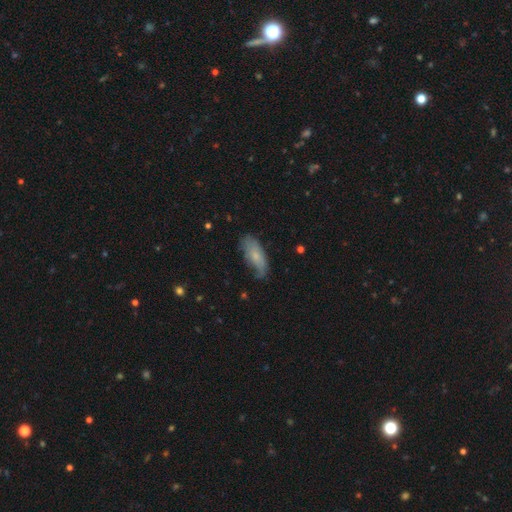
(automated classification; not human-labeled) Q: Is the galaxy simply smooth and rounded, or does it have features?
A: smooth — 61%.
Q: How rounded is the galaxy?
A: in between — 79%.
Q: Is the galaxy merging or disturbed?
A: none — 56%.